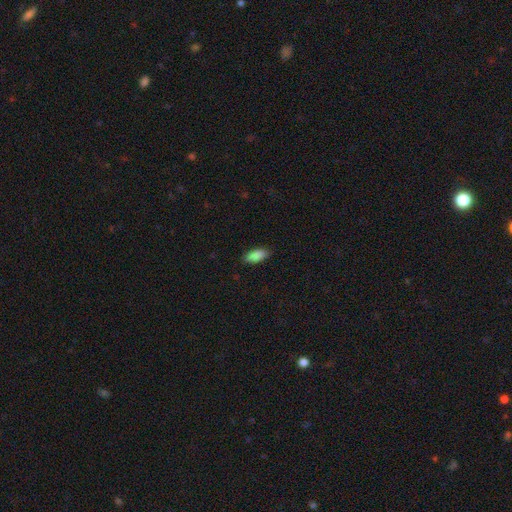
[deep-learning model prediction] Q: Smooth or featured?
A: smooth (90%); runner-up: star or artifact (6%)
Q: How rounded?
A: in between (85%); runner-up: cigar-shaped (13%)
Q: Merging?
A: none (87%); runner-up: minor disturbance (10%)